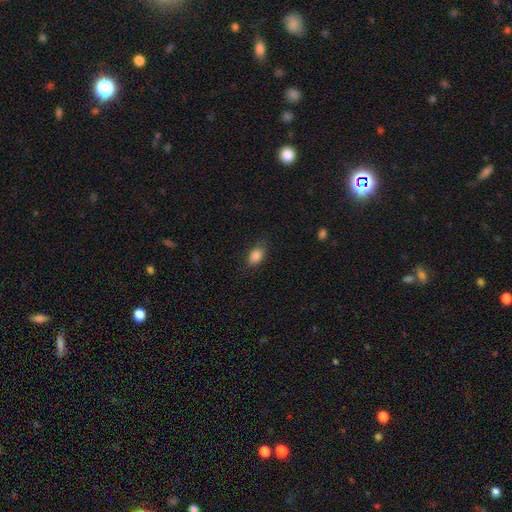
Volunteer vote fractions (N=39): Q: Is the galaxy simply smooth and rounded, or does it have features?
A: smooth — 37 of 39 (95%).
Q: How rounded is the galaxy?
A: in between — 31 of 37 (84%).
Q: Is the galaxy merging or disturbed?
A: none — 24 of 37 (65%).